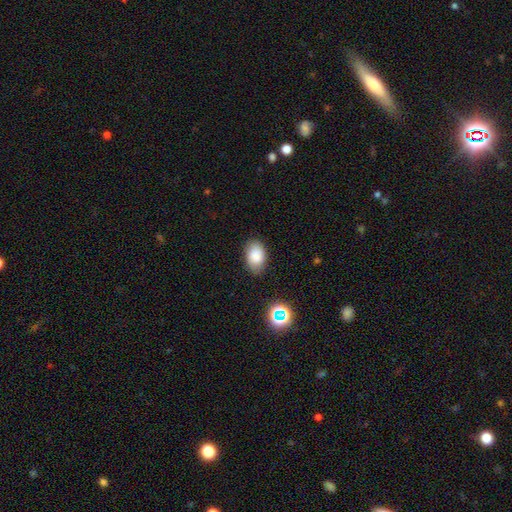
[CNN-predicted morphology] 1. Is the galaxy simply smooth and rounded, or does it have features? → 86% smooth, 9% star or artifact, 5% featured or disk.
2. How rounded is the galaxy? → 89% in between, 9% round, 1% cigar-shaped.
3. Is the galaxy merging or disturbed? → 83% none, 13% minor disturbance, 3% major disturbance, 2% merger.